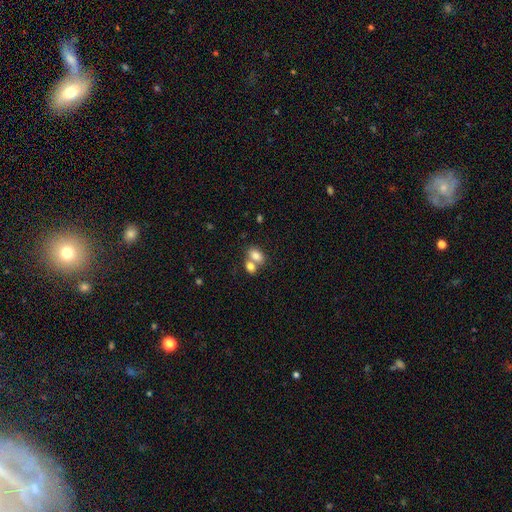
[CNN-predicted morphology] A smooth galaxy with no disk features (80%) that is in between round and cigar-shaped (84%). Merging: merger (54%).